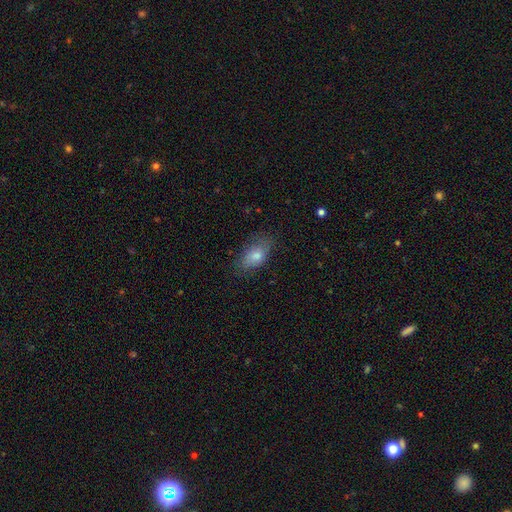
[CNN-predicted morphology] Q: Smooth or featured?
A: smooth (75%); runner-up: featured or disk (16%)
Q: How rounded?
A: in between (87%); runner-up: round (8%)
Q: Merging?
A: none (75%); runner-up: minor disturbance (19%)